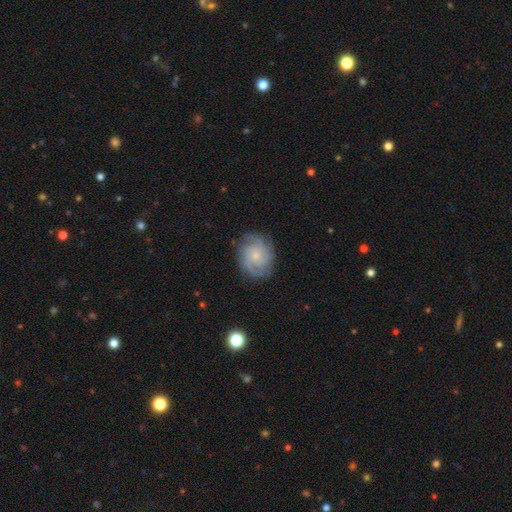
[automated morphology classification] Smooth or featured? featured or disk (77%)
Edge-on disk? no (98%)
Bar? no (77%)
Spiral arms? yes (95%)
Spiral winding? tight (53%)
Spiral arm count? 3 (31%)
Bulge size? small (76%)
Merging? none (79%)